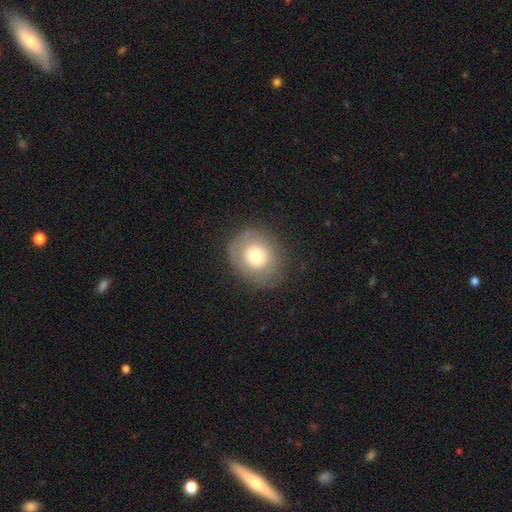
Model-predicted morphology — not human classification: The model was most divided on "smooth or featured": smooth: 65%, featured or disk: 26%, star or artifact: 9%. More confident: how rounded — round (76%); merging — none (75%).